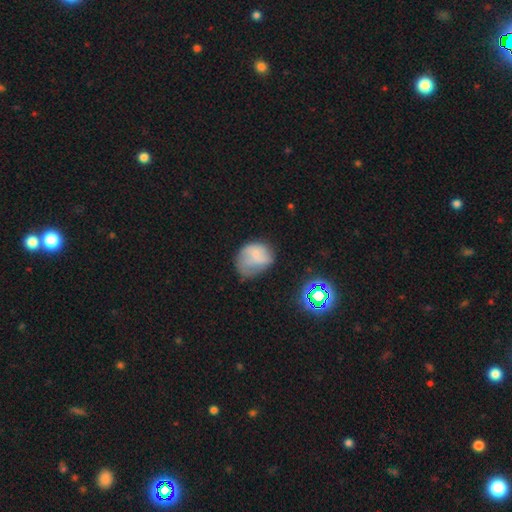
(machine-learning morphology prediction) Smooth or featured? Predicted: smooth (p=0.61). How rounded? Predicted: in between (p=0.53). Merging? Predicted: none (p=0.36).